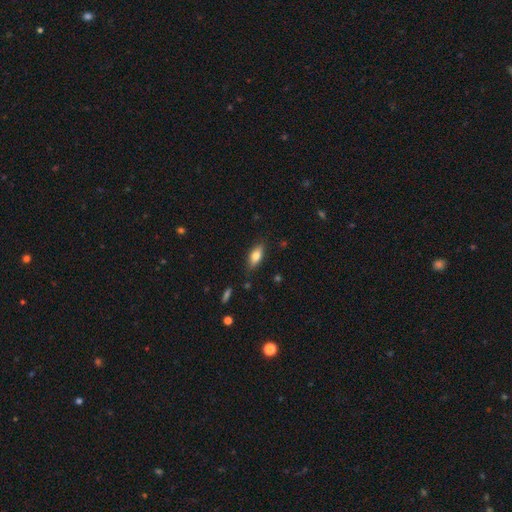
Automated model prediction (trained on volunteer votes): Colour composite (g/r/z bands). It shows a smooth galaxy with no disk features (75%) that is in between round and cigar-shaped (82%). Merging: none (83%).